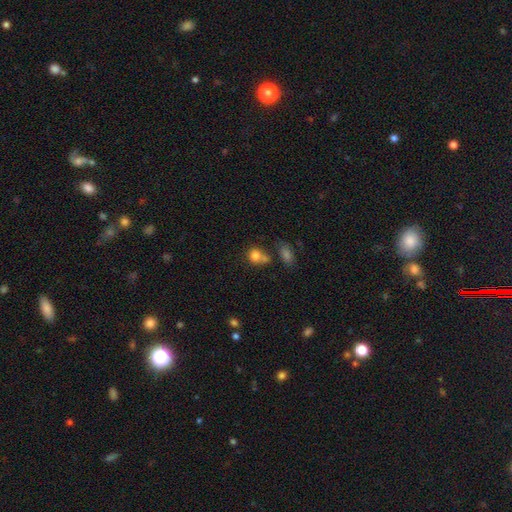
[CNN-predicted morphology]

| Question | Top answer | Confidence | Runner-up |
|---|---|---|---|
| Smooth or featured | smooth | 80% | star or artifact (11%) |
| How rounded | round | 72% | in between (27%) |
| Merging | none | 45% | merger (34%) |